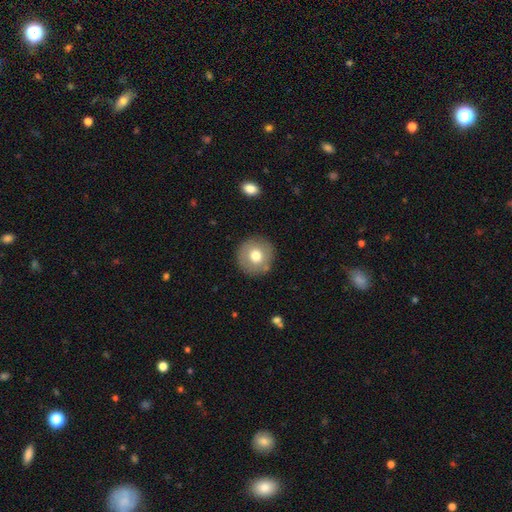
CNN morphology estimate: Overall: smooth (70%). How rounded: round (93%). Merging: none (87%).